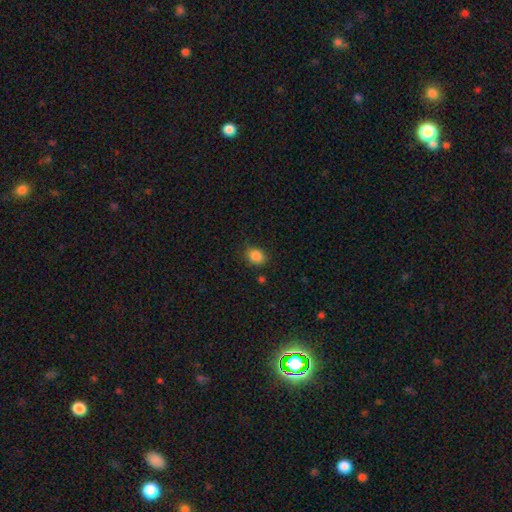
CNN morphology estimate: type=smooth (86%); roundness=round (51%); merging=none (81%).